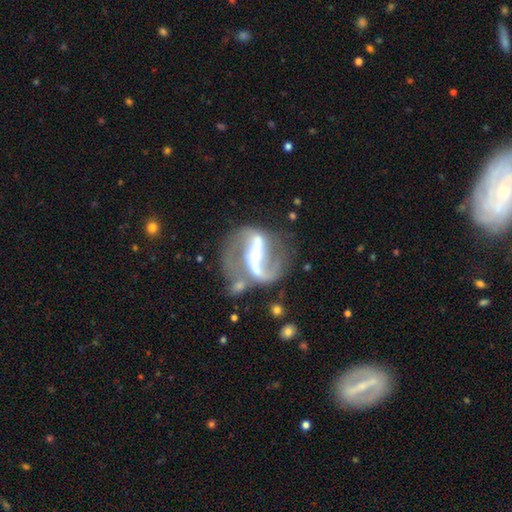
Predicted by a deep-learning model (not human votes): Smooth or featured: featured or disk — 89% (star or artifact — 5%)
Edge-on disk: no — 97% (yes — 3%)
Bar: strong — 62% (weak — 22%)
Spiral arms: yes — 93% (no — 7%)
Spiral winding: loose — 47% (medium — 42%)
Spiral arm count: 2 — 91% (1 — 4%)
Bulge size: small — 52% (moderate — 41%)
Merging: none — 55% (minor disturbance — 15%)